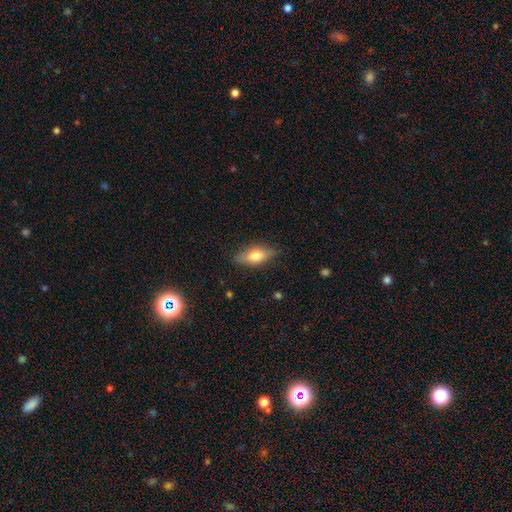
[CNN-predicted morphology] type=smooth (61%); roundness=in between (73%); merging=none (82%).